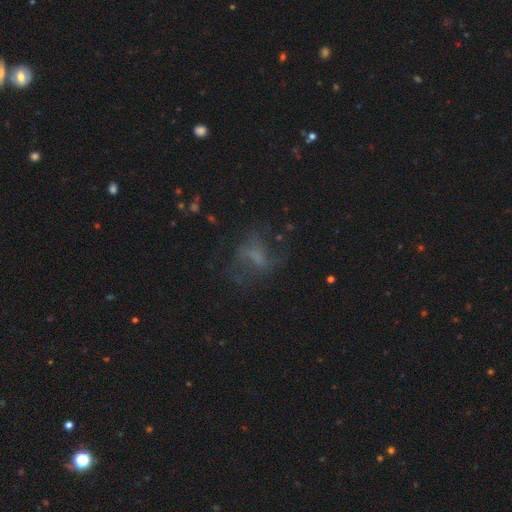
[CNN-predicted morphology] type=featured or disk (43%); merging=none (49%).